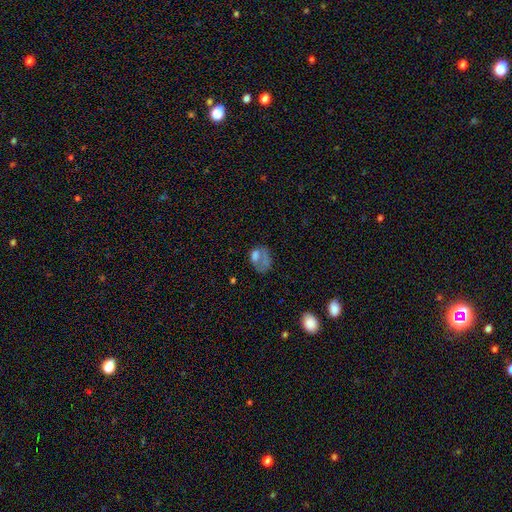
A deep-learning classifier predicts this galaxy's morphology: Smooth or featured? smooth (58%)
How rounded? in between (67%)
Merging? major disturbance (37%)